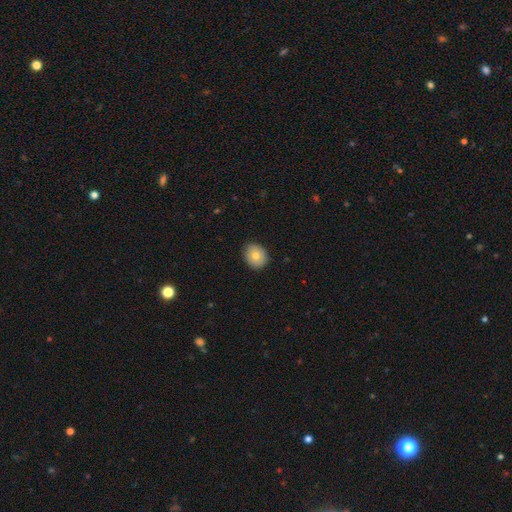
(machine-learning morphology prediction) smooth-or-featured: smooth: 77% | featured or disk: 15% | star or artifact: 8%
  how-rounded: round: 62% | in between: 37% | cigar-shaped: 1%
  merging: none: 89% | minor disturbance: 9% | major disturbance: 2% | merger: 1%